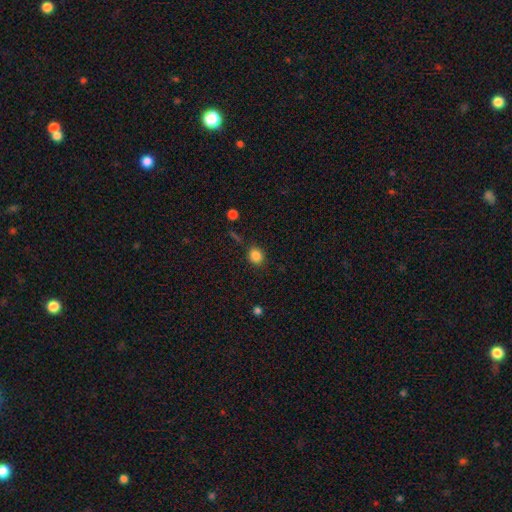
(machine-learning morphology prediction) Smooth or featured: smooth — 84% (star or artifact — 11%)
How rounded: round — 67% (in between — 32%)
Merging: none — 81% (minor disturbance — 12%)